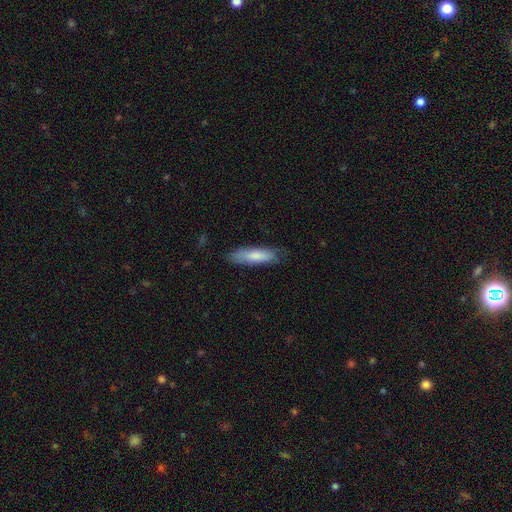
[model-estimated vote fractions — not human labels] Morphology: type=smooth (79%); roundness=cigar-shaped (62%); merging=none (75%).